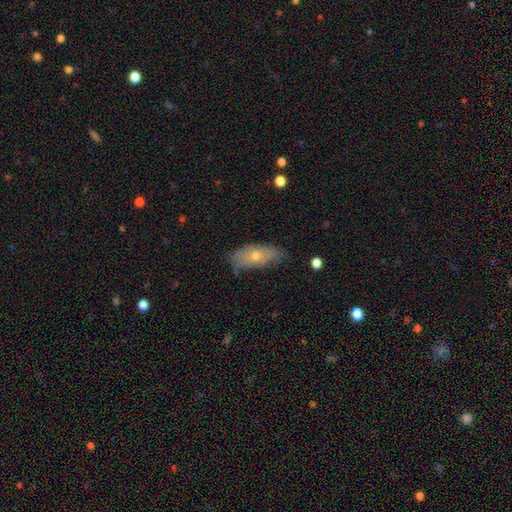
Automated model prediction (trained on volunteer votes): Smooth or featured? smooth (53%)
How rounded? in between (79%)
Merging? none (68%)